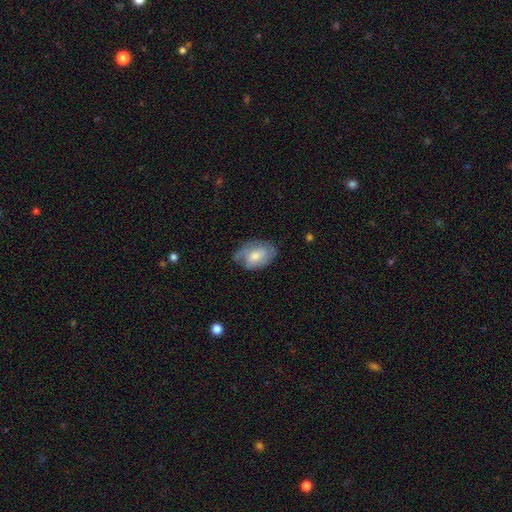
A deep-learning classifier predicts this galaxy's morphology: This is possibly a smooth galaxy (48%). Merging: possibly none (56%).